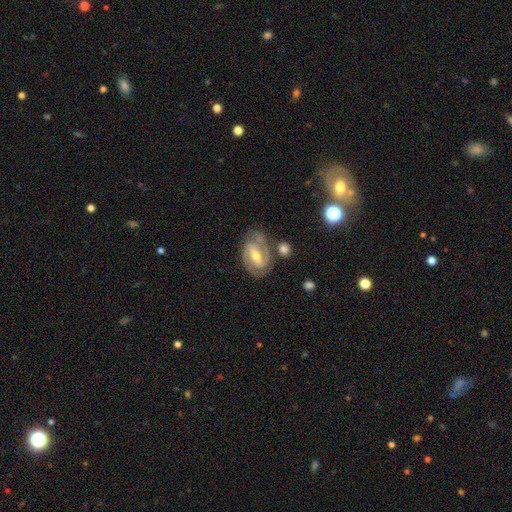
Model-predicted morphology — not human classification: Smooth or featured? Predicted: featured or disk (p=0.85). Edge-on disk? Predicted: no (p=0.96). Bar? Predicted: strong (p=0.49). Spiral arms? Predicted: yes (p=0.94). Spiral winding? Predicted: tight (p=0.50). Spiral arm count? Predicted: 2 (p=0.84). Bulge size? Predicted: moderate (p=0.60). Merging? Predicted: none (p=0.73).